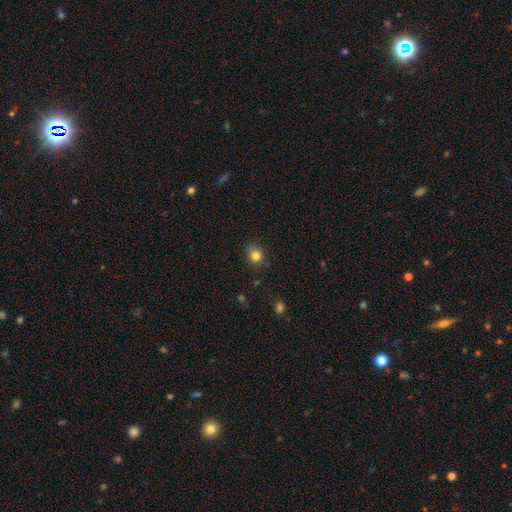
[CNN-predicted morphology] Smooth or featured?
  - smooth: 81% *
  - star or artifact: 13%
  - featured or disk: 7%
How rounded?
  - round: 71% *
  - in between: 29%
  - cigar-shaped: 1%
Merging?
  - none: 77% *
  - minor disturbance: 17%
  - major disturbance: 4%
  - merger: 2%